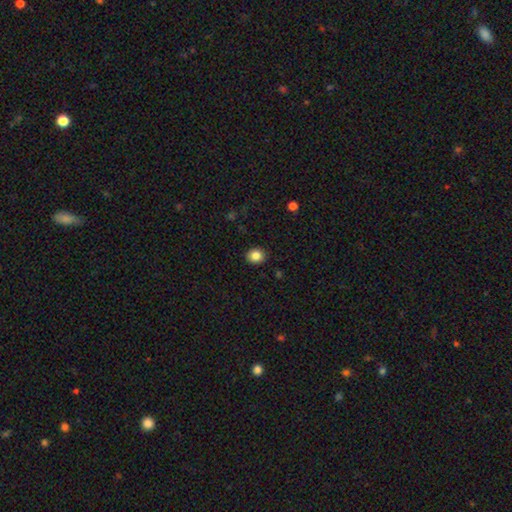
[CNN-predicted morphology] A smooth galaxy with no disk features (85%) that is round (67%).

Vote fractions:
- Smooth or featured? smooth: 85% / star or artifact: 10% / featured or disk: 6%
- How rounded? round: 67% / in between: 33% / cigar-shaped: 1%
- Merging? none: 90% / minor disturbance: 7% / major disturbance: 2% / merger: 1%